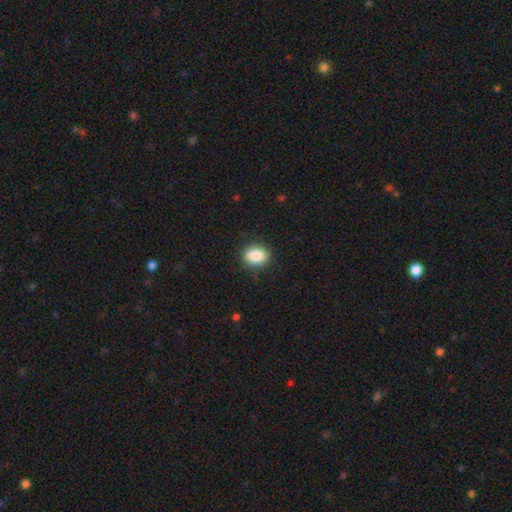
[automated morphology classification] Q: Smooth or featured?
A: smooth (87%); runner-up: star or artifact (8%)
Q: How rounded?
A: in between (58%); runner-up: round (41%)
Q: Merging?
A: none (86%); runner-up: minor disturbance (10%)